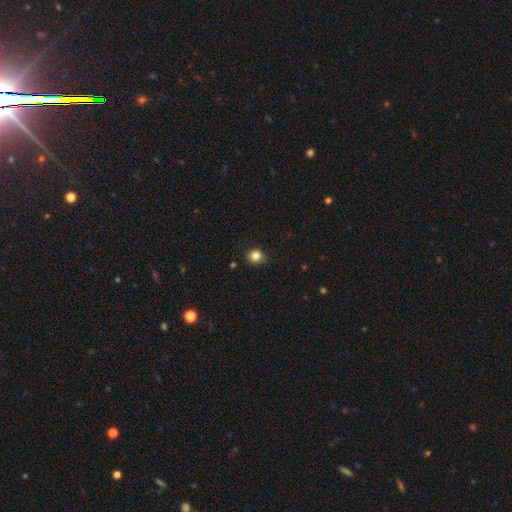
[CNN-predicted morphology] type=smooth (84%); roundness=round (85%); merging=none (87%).